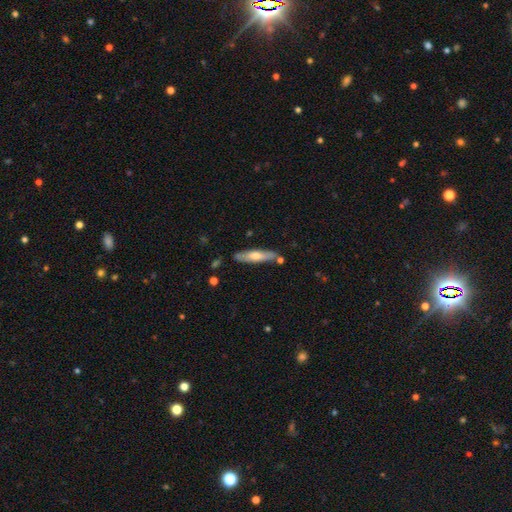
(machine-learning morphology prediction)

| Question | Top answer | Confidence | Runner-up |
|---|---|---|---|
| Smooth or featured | smooth | 55% | featured or disk (40%) |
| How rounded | cigar-shaped | 77% | in between (22%) |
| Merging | none | 79% | minor disturbance (13%) |